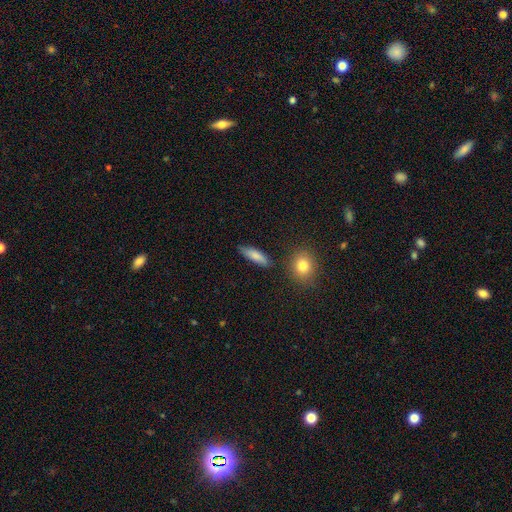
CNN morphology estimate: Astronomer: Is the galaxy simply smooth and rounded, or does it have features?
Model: smooth — 83%.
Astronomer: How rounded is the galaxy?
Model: cigar-shaped — 54% (runner-up: in between, 42%).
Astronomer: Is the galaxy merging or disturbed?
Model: none — 78%.